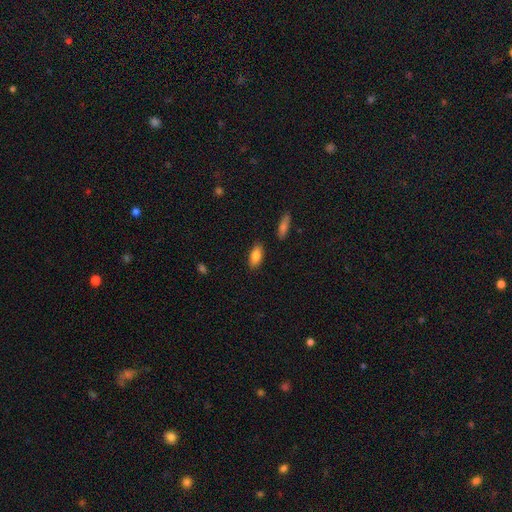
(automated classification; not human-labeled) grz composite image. It shows a smooth galaxy with no disk features (85%) that is in between round and cigar-shaped (86%). Merging: none (85%).